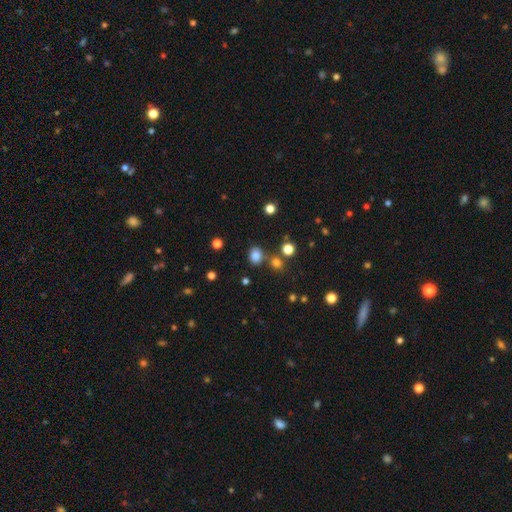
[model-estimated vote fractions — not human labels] smooth_or_featured: smooth (p=0.81) [alt: star or artifact p=0.14]
how_rounded: round (p=0.61) [alt: in between p=0.38]
merging: none (p=0.76) [alt: minor disturbance p=0.10]